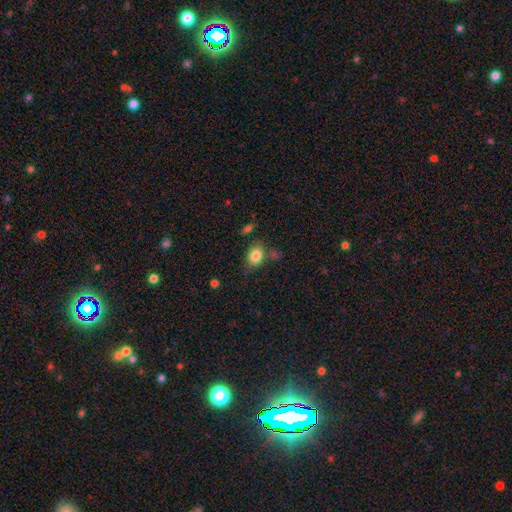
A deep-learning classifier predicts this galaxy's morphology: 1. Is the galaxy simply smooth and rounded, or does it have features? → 83% smooth, 9% star or artifact, 8% featured or disk.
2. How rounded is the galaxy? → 66% in between, 33% round, 1% cigar-shaped.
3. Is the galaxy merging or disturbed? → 68% none, 19% minor disturbance, 8% merger, 5% major disturbance.